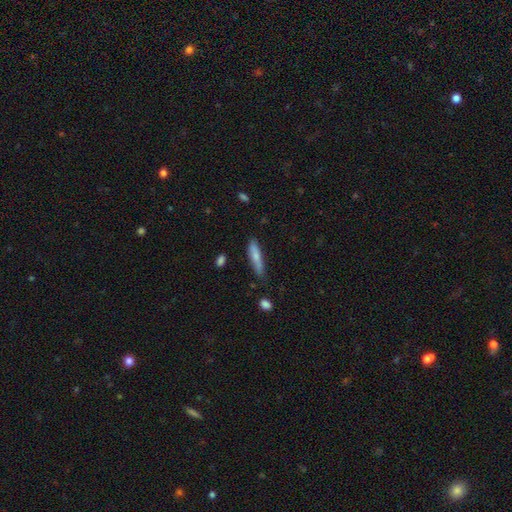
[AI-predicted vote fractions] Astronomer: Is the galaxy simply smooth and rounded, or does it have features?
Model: smooth — 73%.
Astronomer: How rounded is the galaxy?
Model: cigar-shaped — 81%.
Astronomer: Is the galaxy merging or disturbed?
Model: none — 71%.